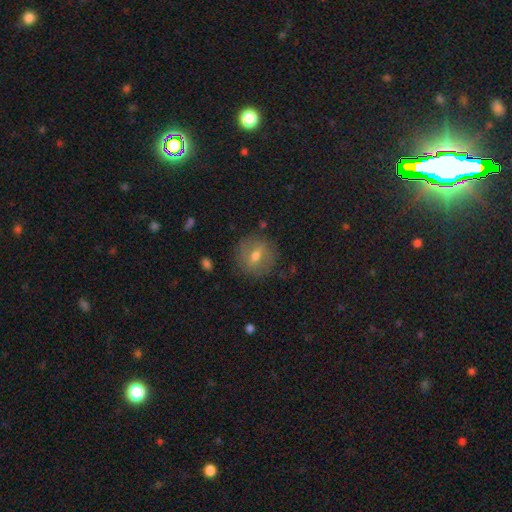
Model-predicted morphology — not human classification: smooth-or-featured: smooth: 52% | featured or disk: 37% | star or artifact: 11%
  how-rounded: round: 80% | in between: 18% | cigar-shaped: 2%
  merging: none: 82% | minor disturbance: 12% | major disturbance: 4% | merger: 2%